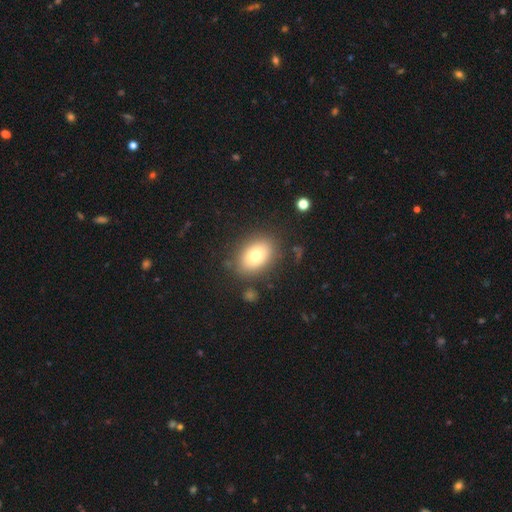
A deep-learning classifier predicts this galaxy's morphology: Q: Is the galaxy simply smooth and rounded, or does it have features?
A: smooth — 76%.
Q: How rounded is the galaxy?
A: in between — 78%.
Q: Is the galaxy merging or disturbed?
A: none — 84%.